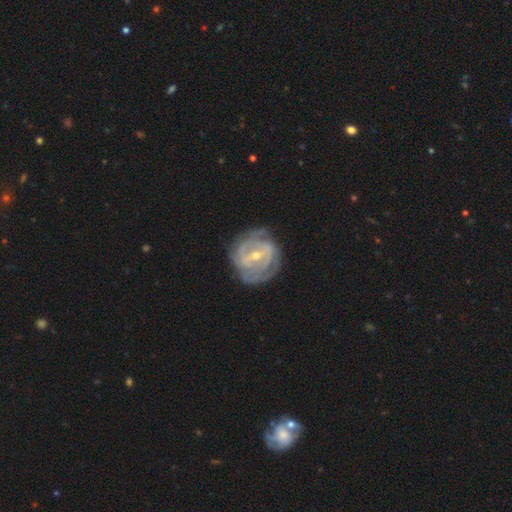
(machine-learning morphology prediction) Overall: featured or disk (87%). Edge-on disk: no (97%). Bar: strong (43%, tied with weak). Spiral arms: yes (91%). Spiral arm count: 2 (36%; can't tell 30%). Spiral winding: tight (66%; medium 27%). Bulge size: small (49%; moderate 48%). Merging: none (73%).